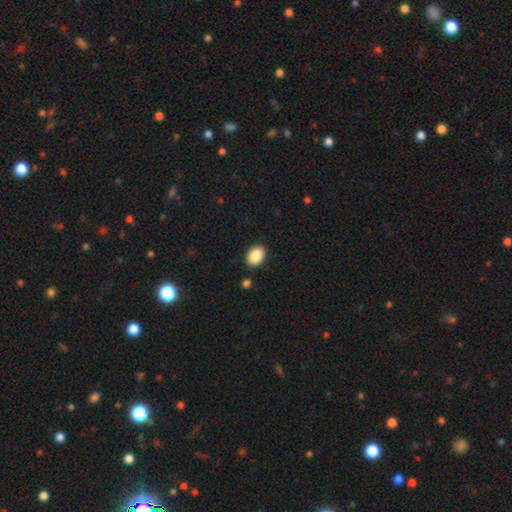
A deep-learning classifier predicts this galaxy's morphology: The model was most divided on "how rounded": in between: 80%, round: 19%, cigar-shaped: 1%. More confident: smooth or featured — smooth (88%); merging — none (87%).